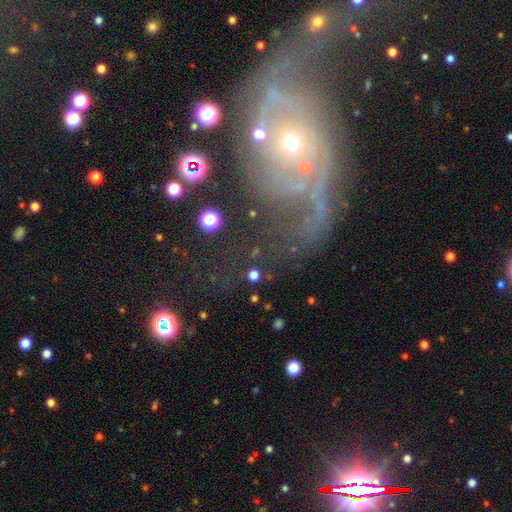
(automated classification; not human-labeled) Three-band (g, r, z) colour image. It shows a featured or disk galaxy (77%) with no bar (74%), 2 (66%) loose (39%) spiral arms (87%) and a small central bulge (68%). Merging: none (50%).